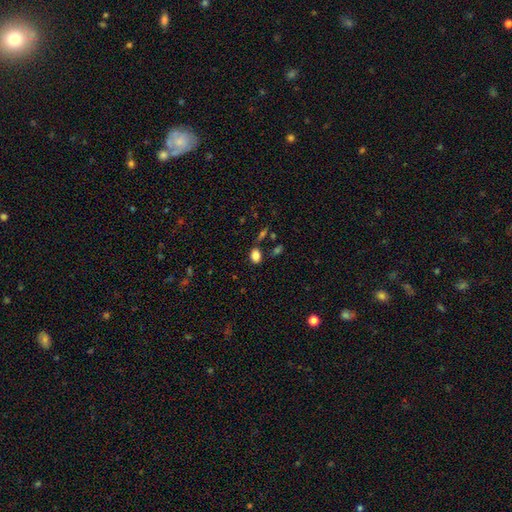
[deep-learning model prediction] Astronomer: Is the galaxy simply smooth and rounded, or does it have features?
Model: smooth — 83%.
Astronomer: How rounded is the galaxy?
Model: in between — 73%.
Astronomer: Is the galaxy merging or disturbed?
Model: none — 74%.